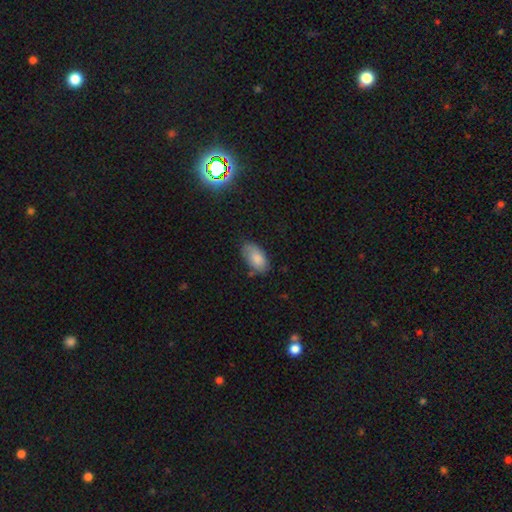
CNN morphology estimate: Smooth or featured? smooth (74%)
How rounded? in between (92%)
Merging? none (69%)